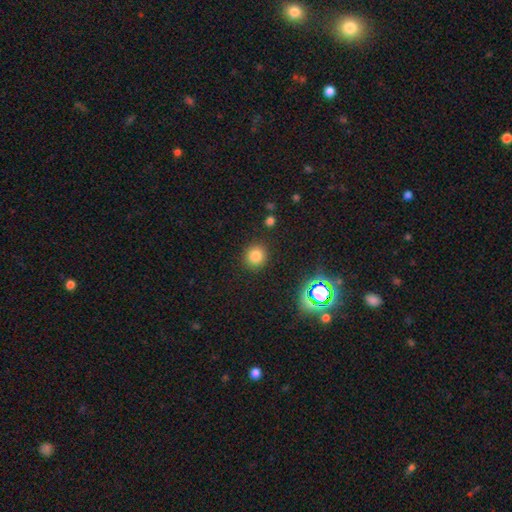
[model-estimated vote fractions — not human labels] This is likely a smooth galaxy (80%). How rounded: clearly round (89%). Merging: clearly none (88%).